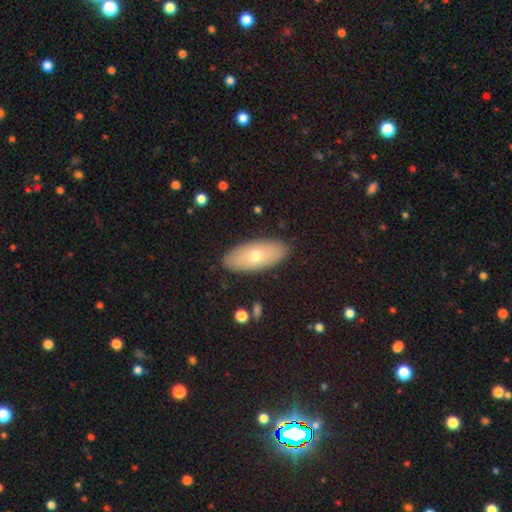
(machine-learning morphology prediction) Smooth or featured: smooth — 64% (featured or disk — 29%)
How rounded: in between — 85% (cigar-shaped — 12%)
Merging: none — 89% (minor disturbance — 8%)